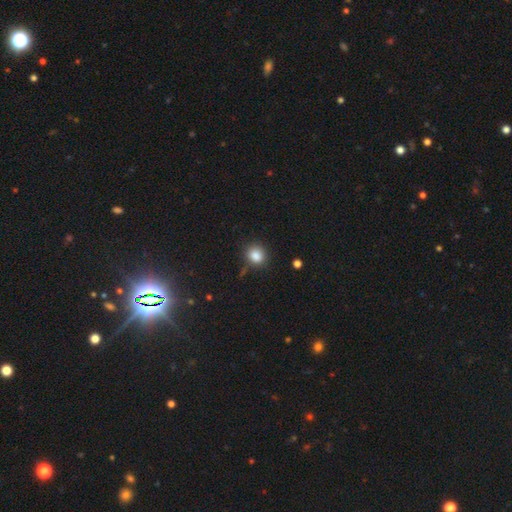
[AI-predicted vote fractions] smooth 85%, star or artifact 10%, featured or disk 4%. Down the decision tree: how rounded — round (79%); merging — none (82%).